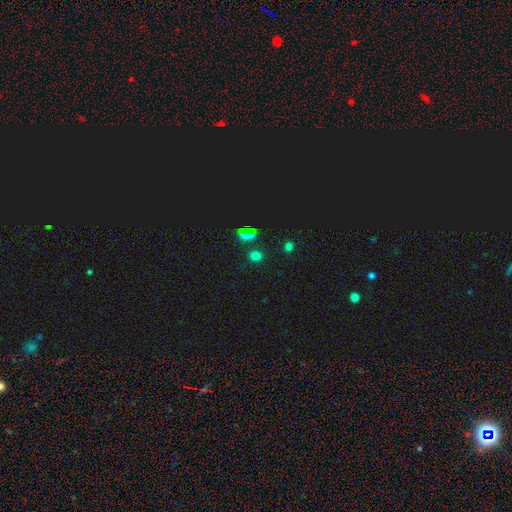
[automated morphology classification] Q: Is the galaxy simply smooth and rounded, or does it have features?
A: smooth — 60%.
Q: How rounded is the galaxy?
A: round — 77%.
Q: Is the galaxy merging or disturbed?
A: none — 85%.